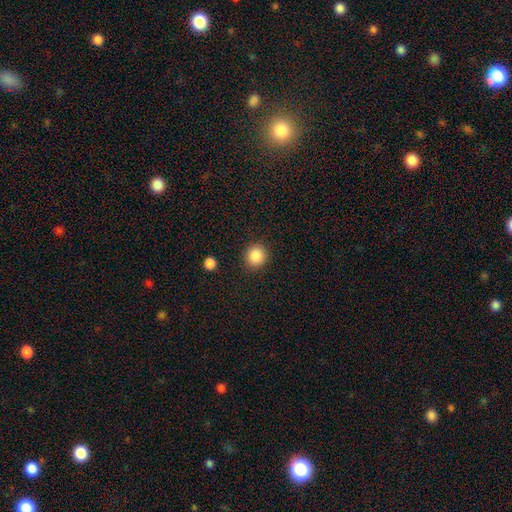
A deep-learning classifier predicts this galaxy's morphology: Smooth or featured? smooth (87%)
How rounded? round (86%)
Merging? none (89%)